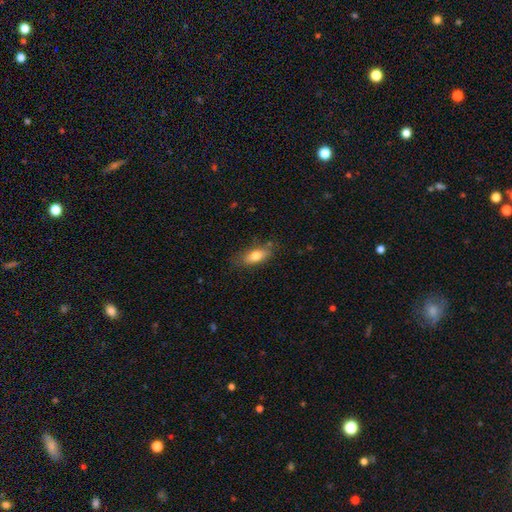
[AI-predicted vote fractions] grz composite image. It shows a smooth galaxy with no disk features (76%) that is in between round and cigar-shaped (78%). Merging: none (75%).